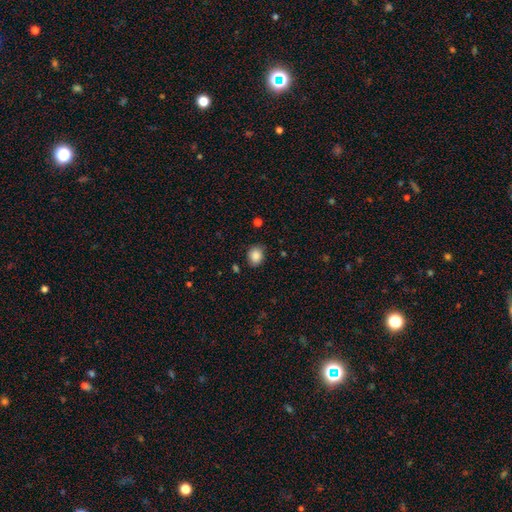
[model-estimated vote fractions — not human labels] smooth_or_featured: smooth (p=0.87) [alt: star or artifact p=0.09]
how_rounded: round (p=0.55) [alt: in between p=0.44]
merging: none (p=0.81) [alt: minor disturbance p=0.14]